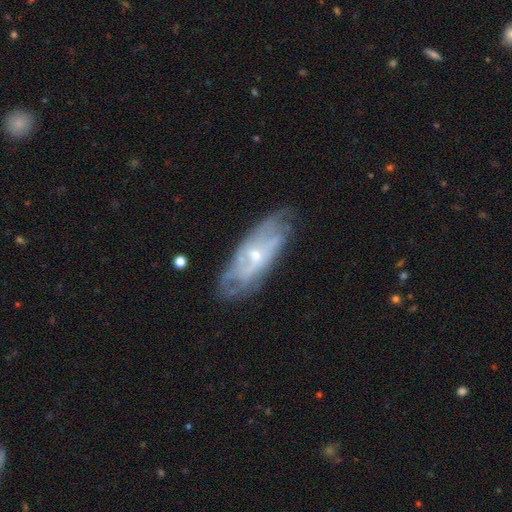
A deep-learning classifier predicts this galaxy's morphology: Smooth or featured? featured or disk (72%)
Edge-on disk? no (84%)
Bar? no (63%)
Spiral arms? yes (72%)
Bulge size? small (56%)
Merging? none (66%)